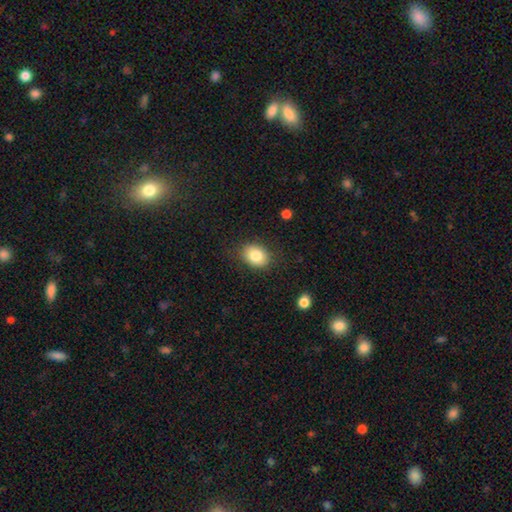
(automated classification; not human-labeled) Smooth or featured: smooth — 83% (featured or disk — 8%)
How rounded: in between — 64% (round — 35%)
Merging: none — 83% (minor disturbance — 12%)